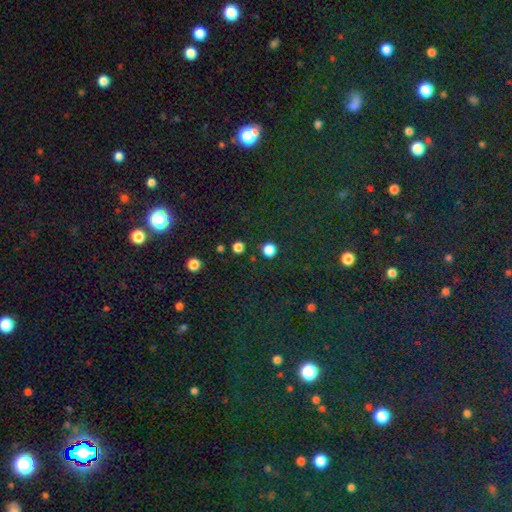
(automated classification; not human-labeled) smooth_or_featured: star or artifact (p=0.80) [alt: smooth p=0.14]